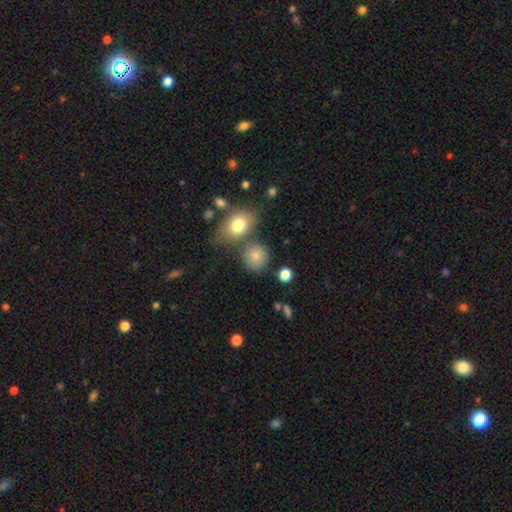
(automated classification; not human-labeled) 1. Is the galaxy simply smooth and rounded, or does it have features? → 81% smooth, 11% star or artifact, 9% featured or disk.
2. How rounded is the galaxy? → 80% round, 18% in between, 1% cigar-shaped.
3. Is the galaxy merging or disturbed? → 70% none, 13% minor disturbance, 13% merger, 5% major disturbance.